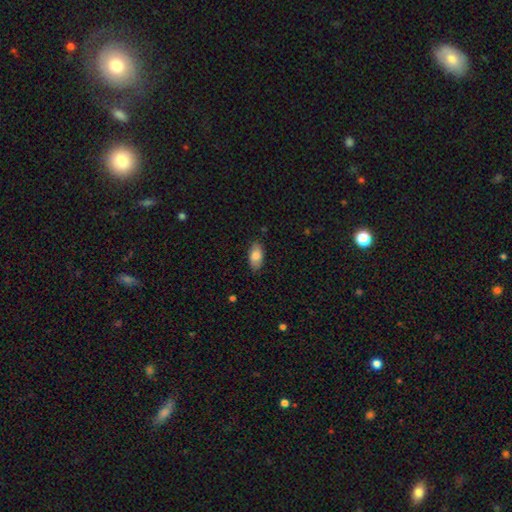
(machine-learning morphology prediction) smooth_or_featured: smooth (p=0.83) [alt: featured or disk p=0.10]
how_rounded: in between (p=0.93) [alt: round p=0.04]
merging: none (p=0.85) [alt: minor disturbance p=0.11]